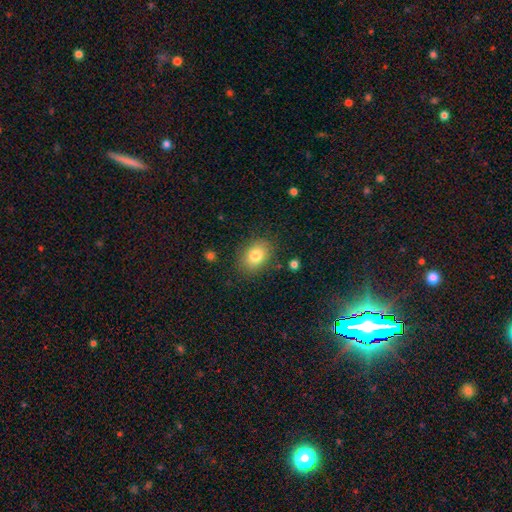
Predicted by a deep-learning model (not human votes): smooth-or-featured: smooth: 81% | featured or disk: 10% | star or artifact: 9%
  how-rounded: in between: 69% | round: 30% | cigar-shaped: 1%
  merging: none: 83% | minor disturbance: 11% | major disturbance: 3% | merger: 2%